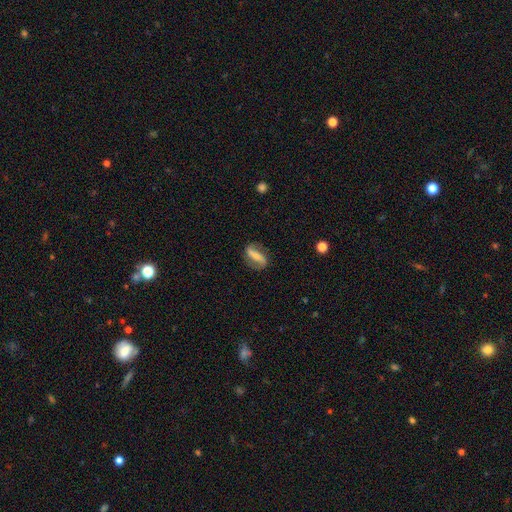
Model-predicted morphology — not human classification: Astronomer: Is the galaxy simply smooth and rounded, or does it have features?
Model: featured or disk — 66%.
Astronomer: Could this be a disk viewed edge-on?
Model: no — 88%.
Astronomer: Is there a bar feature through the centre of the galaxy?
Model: strong — 67%.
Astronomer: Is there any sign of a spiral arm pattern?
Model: yes — 83%.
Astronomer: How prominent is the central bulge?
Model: small — 50% (runner-up: moderate, 27%).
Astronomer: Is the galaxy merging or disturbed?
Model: none — 79%.